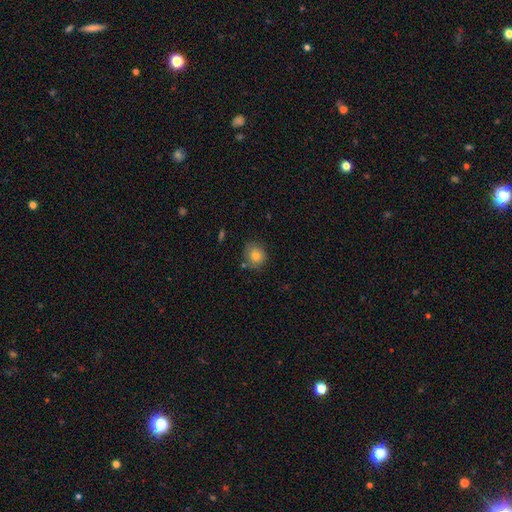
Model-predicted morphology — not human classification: Overall: smooth (79%). How rounded: round (79%). Merging: none (78%).